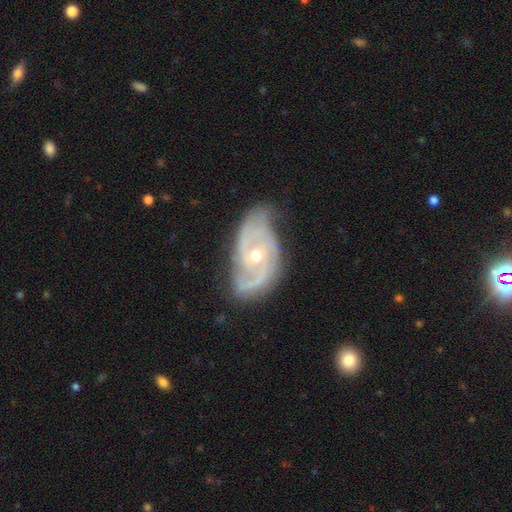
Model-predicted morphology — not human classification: smooth_or_featured: featured or disk (p=0.89) [alt: smooth p=0.06]
disk_edge_on: no (p=0.96) [alt: yes p=0.04]
bar: no (p=0.59) [alt: weak p=0.33]
has_spiral_arms: yes (p=0.97) [alt: no p=0.03]
spiral_winding: tight (p=0.45) [alt: medium p=0.44]
spiral_arm_count: 2 (p=0.63) [alt: 3 p=0.17]
bulge_size: moderate (p=0.49) [alt: small p=0.48]
merging: none (p=0.66) [alt: minor disturbance p=0.25]